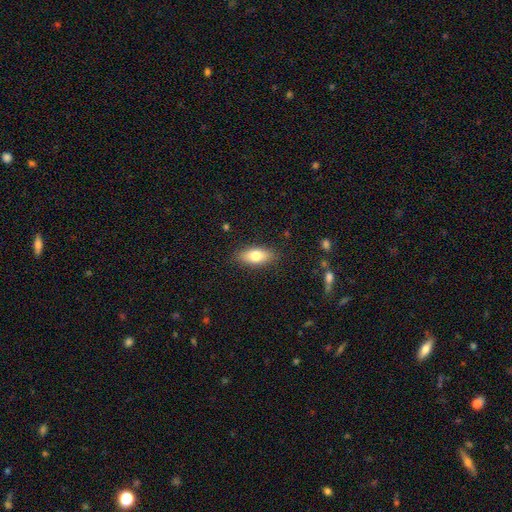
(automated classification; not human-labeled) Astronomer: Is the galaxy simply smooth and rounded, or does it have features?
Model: smooth — 77%.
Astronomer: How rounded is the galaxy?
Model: in between — 83%.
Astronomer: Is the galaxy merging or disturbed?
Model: none — 86%.